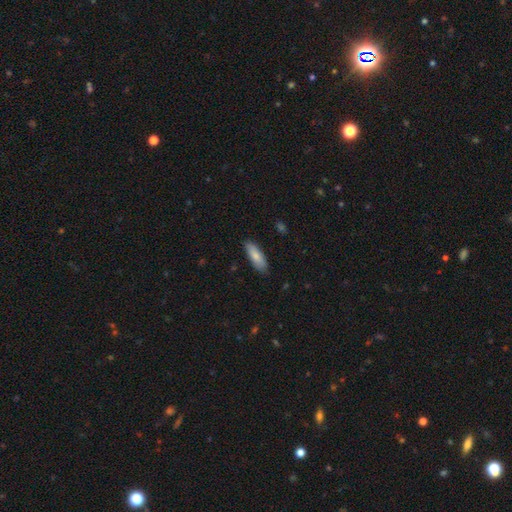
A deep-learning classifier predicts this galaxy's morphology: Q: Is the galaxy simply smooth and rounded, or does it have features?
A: smooth — 81%.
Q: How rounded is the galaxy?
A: in between — 59%.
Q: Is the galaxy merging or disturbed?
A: none — 85%.